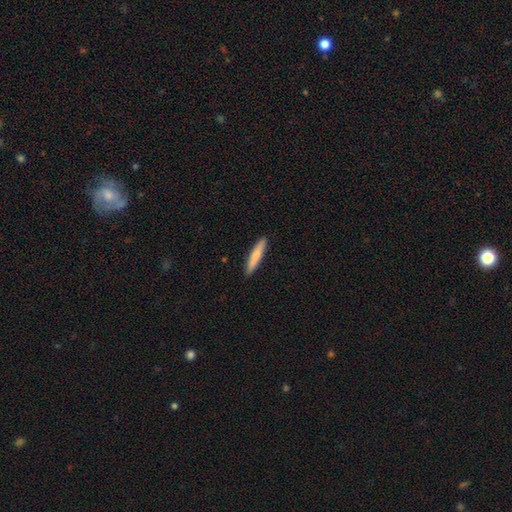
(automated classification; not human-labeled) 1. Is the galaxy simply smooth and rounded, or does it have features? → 80% smooth, 15% featured or disk, 5% star or artifact.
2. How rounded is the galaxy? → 90% cigar-shaped, 9% in between, 1% round.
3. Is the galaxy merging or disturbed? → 91% none, 7% minor disturbance, 1% major disturbance, 1% merger.